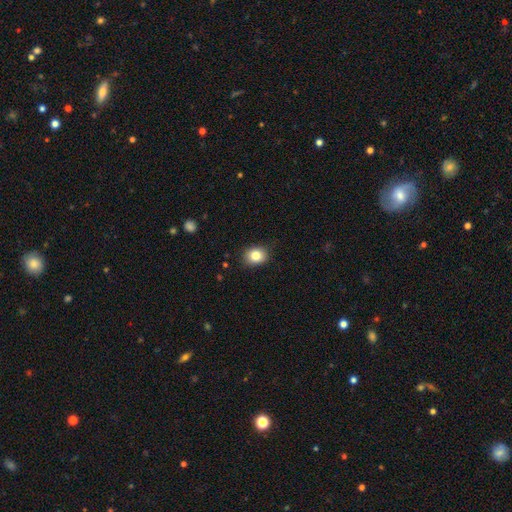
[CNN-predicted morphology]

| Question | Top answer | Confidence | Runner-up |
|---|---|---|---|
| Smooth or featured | smooth | 82% | star or artifact (10%) |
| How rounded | round | 56% | in between (43%) |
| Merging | none | 85% | minor disturbance (12%) |